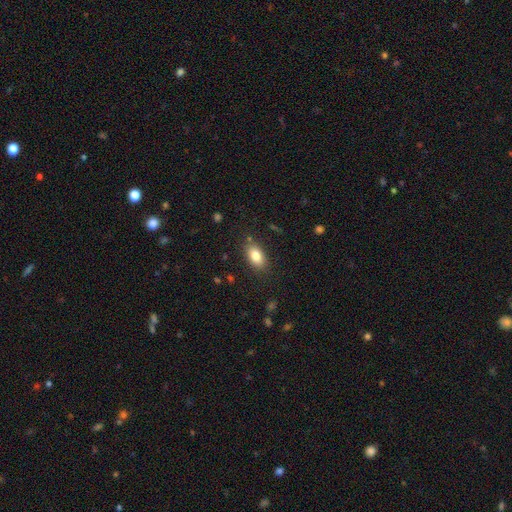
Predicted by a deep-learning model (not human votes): A smooth galaxy with no disk features (83%) that is in between round and cigar-shaped (90%).

Vote fractions:
- Smooth or featured? smooth: 83% / featured or disk: 9% / star or artifact: 8%
- How rounded? in between: 90% / round: 7% / cigar-shaped: 3%
- Merging? none: 83% / minor disturbance: 12% / major disturbance: 3% / merger: 2%